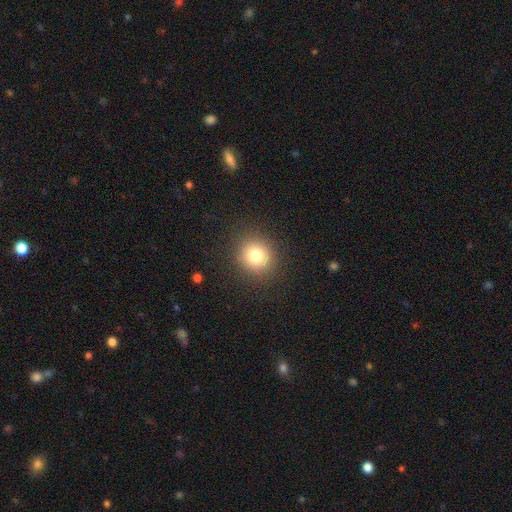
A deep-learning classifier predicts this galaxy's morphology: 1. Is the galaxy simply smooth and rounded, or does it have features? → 80% smooth, 12% star or artifact, 8% featured or disk.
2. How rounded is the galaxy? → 88% round, 11% in between, 1% cigar-shaped.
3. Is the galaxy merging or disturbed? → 89% none, 7% minor disturbance, 3% major disturbance, 1% merger.